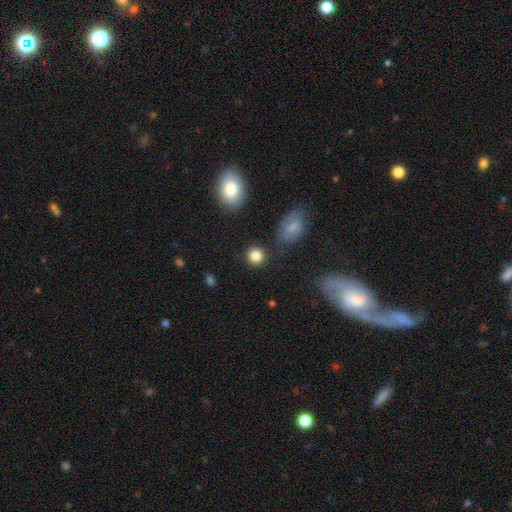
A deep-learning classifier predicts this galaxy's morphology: The model was most divided on "smooth or featured": smooth: 85%, star or artifact: 10%, featured or disk: 5%. More confident: how rounded — round (90%); merging — none (85%).